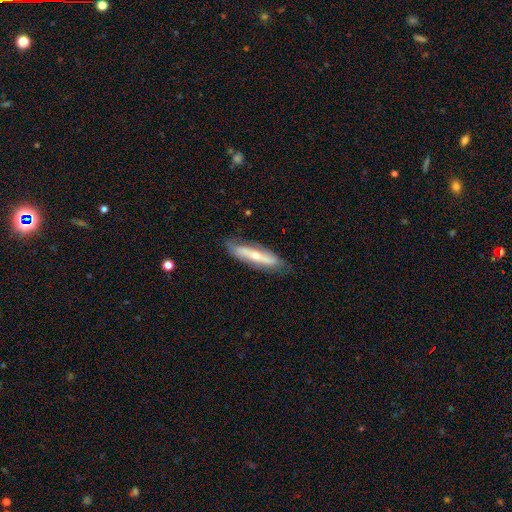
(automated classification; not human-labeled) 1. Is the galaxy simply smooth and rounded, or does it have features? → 61% featured or disk, 33% smooth, 6% star or artifact.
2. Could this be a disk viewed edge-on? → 51% no, 49% yes.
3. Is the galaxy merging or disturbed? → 77% none, 17% minor disturbance, 4% major disturbance, 2% merger.